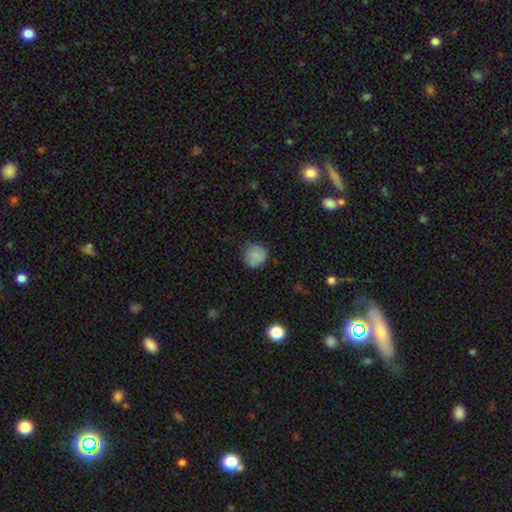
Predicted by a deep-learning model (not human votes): This is clearly a smooth galaxy (81%). How rounded: clearly round (88%). Merging: likely none (75%).